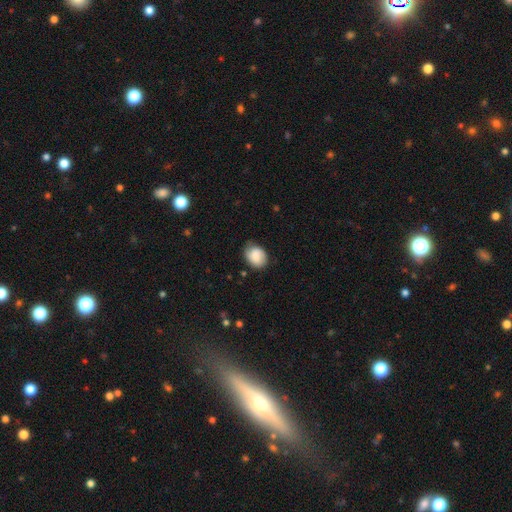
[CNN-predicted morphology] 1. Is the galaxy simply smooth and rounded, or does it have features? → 75% smooth, 18% featured or disk, 7% star or artifact.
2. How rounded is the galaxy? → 61% in between, 38% round, 1% cigar-shaped.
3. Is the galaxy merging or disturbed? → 64% none, 28% minor disturbance, 7% major disturbance, 1% merger.